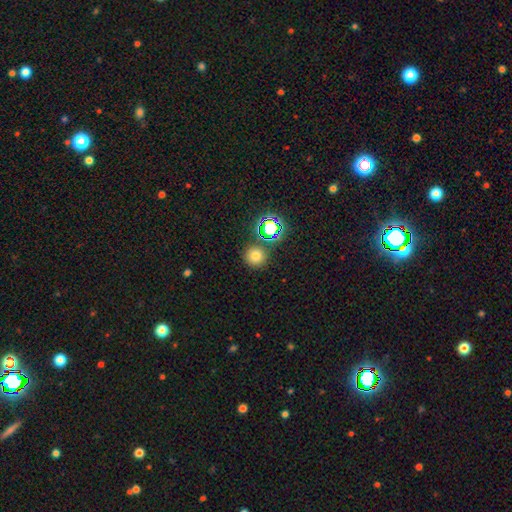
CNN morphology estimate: This is likely a smooth galaxy (71%). How rounded: clearly round (93%). Merging: clearly none (84%).